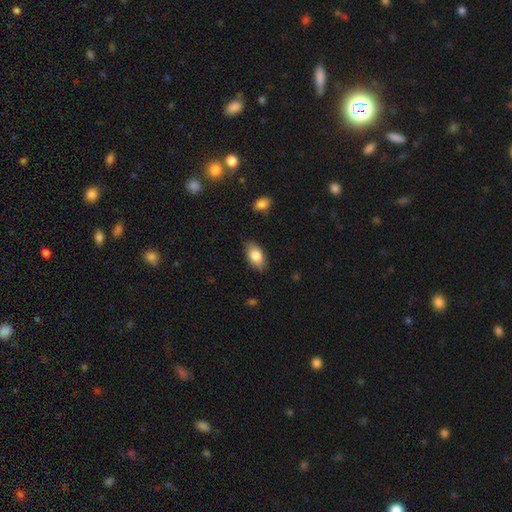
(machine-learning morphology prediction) Smooth or featured?
  - smooth: 83% *
  - featured or disk: 11%
  - star or artifact: 7%
How rounded?
  - in between: 92% *
  - round: 5%
  - cigar-shaped: 3%
Merging?
  - none: 84% *
  - minor disturbance: 12%
  - major disturbance: 2%
  - merger: 1%